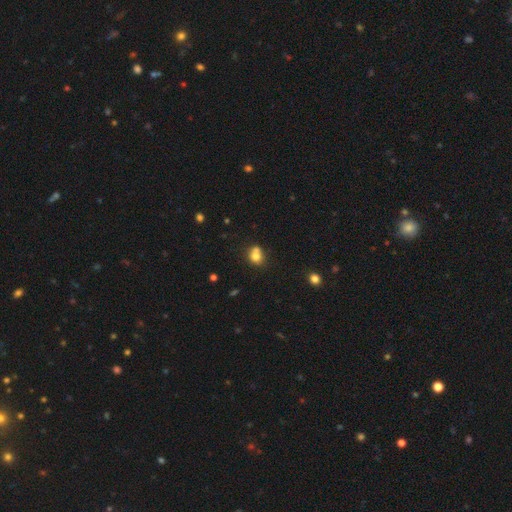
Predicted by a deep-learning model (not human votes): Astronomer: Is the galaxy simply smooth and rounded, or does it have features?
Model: smooth — 75%.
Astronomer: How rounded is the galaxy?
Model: round — 66%.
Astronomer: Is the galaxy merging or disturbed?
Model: none — 43% (runner-up: merger, 40%).